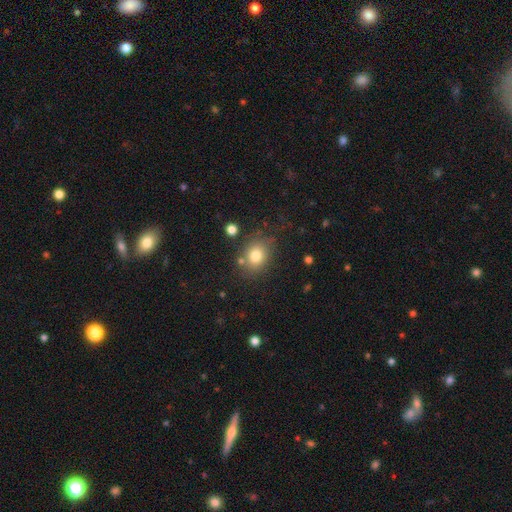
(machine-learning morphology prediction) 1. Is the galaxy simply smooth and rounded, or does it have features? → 78% smooth, 11% star or artifact, 10% featured or disk.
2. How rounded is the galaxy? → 50% round, 49% in between, 1% cigar-shaped.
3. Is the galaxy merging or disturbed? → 73% none, 15% minor disturbance, 7% merger, 5% major disturbance.